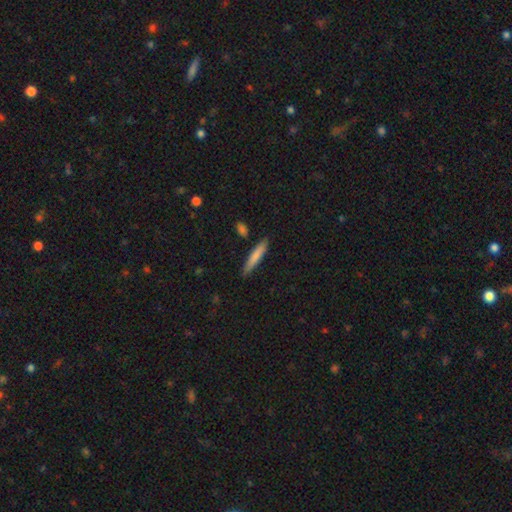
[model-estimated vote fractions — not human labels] A smooth galaxy with no disk features (76%) that is cigar-shaped (90%). Merging: none (83%).